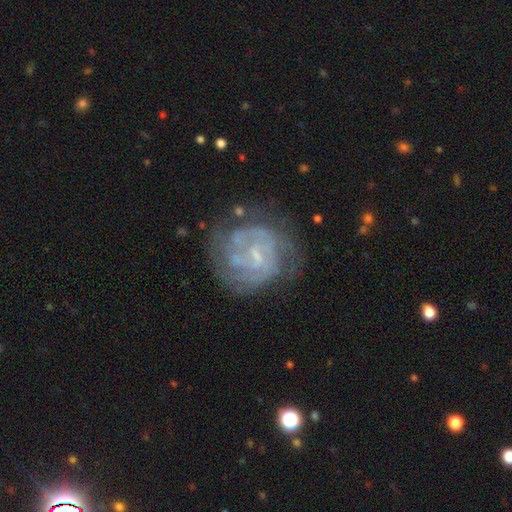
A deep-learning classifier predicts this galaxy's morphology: A featured or disk galaxy (80%) with a weak bar (55%), tight (61%) spiral arms (87%) and a small central bulge (58%).

Vote fractions:
- Smooth or featured? featured or disk: 80% / smooth: 12% / star or artifact: 7%
- Edge-on disk? no: 98% / yes: 2%
- Bar? weak: 55% / no: 32% / strong: 13%
- Spiral arms? yes: 87% / no: 13%
- Spiral winding? tight: 61% / medium: 30% / loose: 8%
- Spiral arm count? can't tell: 40% / 2: 27% / 3: 17% / 4: 7% / 1: 5% / more than 4: 4%
- Bulge size? small: 58% / none: 25% / moderate: 15% / large: 1% / dominant: 1%
- Merging? none: 65% / minor disturbance: 19% / major disturbance: 13% / merger: 3%